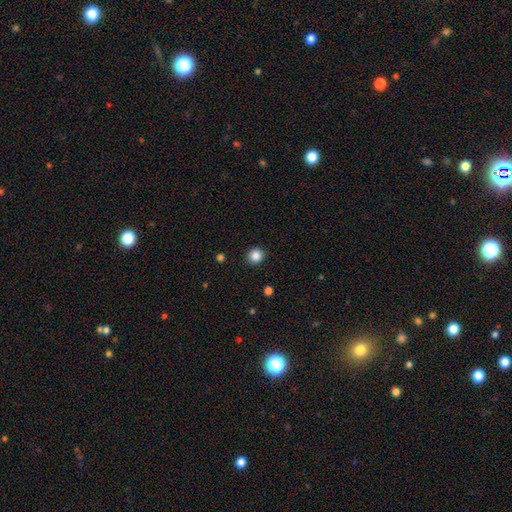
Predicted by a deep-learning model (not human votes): Overall: smooth (86%). How rounded: round (88%). Merging: none (91%).